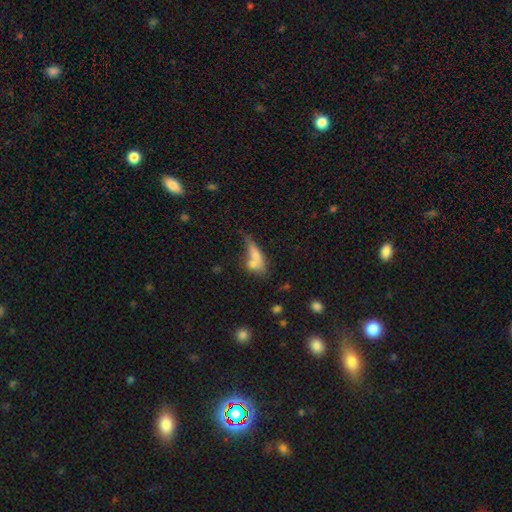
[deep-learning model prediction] A smooth galaxy with no disk features (59%) that is in between round and cigar-shaped (46%, tied with cigar-shaped). Merging: merger (36%).